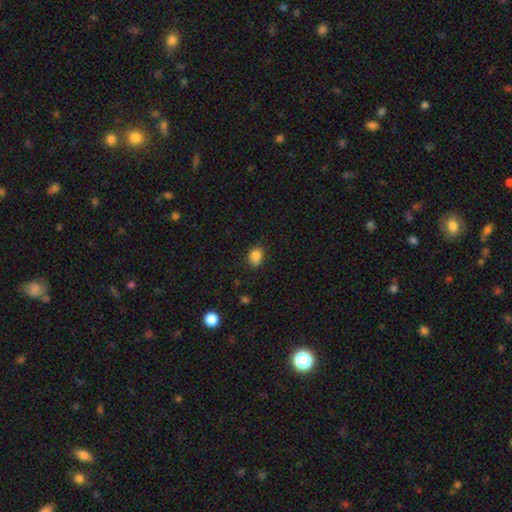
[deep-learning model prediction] A smooth galaxy with no disk features (86%) that is in between round and cigar-shaped (65%).

Vote fractions:
- Smooth or featured? smooth: 86% / star or artifact: 10% / featured or disk: 4%
- How rounded? in between: 65% / round: 34% / cigar-shaped: 1%
- Merging? none: 80% / minor disturbance: 16% / major disturbance: 3% / merger: 1%